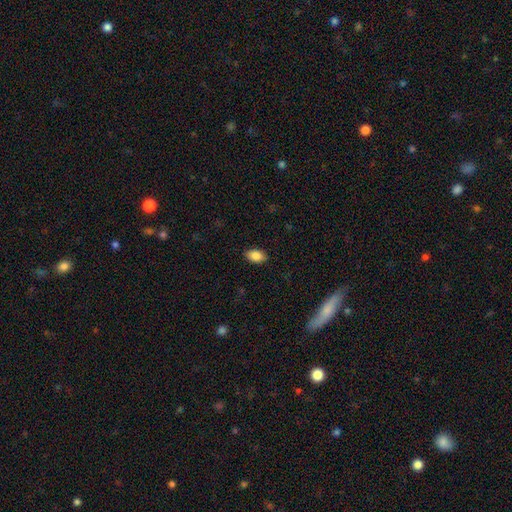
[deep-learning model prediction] smooth_or_featured: smooth (p=0.87) [alt: star or artifact p=0.07]
how_rounded: in between (p=0.91) [alt: round p=0.06]
merging: none (p=0.88) [alt: minor disturbance p=0.09]